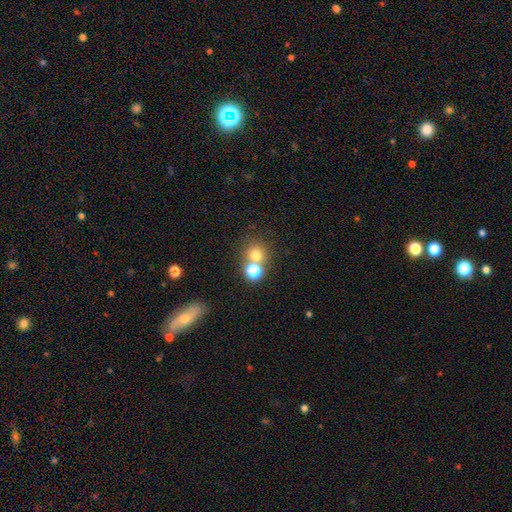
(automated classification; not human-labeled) This appears to be a smooth galaxy with no disk features (73%) that is round (87%). Merging: none (52%).